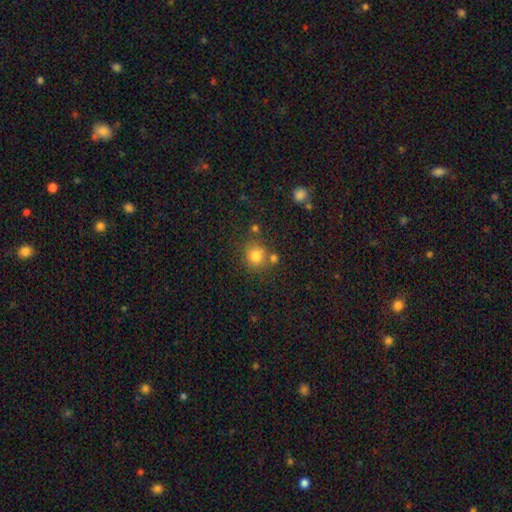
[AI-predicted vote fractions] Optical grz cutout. It shows a smooth galaxy with no disk features (80%) that is round (89%). Merging: none (70%).